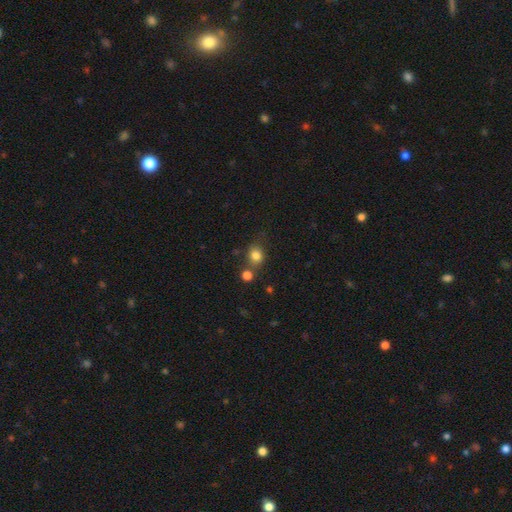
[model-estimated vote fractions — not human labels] smooth-or-featured: smooth: 81% | star or artifact: 13% | featured or disk: 7%
  how-rounded: round: 67% | in between: 31% | cigar-shaped: 1%
  merging: none: 63% | merger: 18% | minor disturbance: 13% | major disturbance: 5%